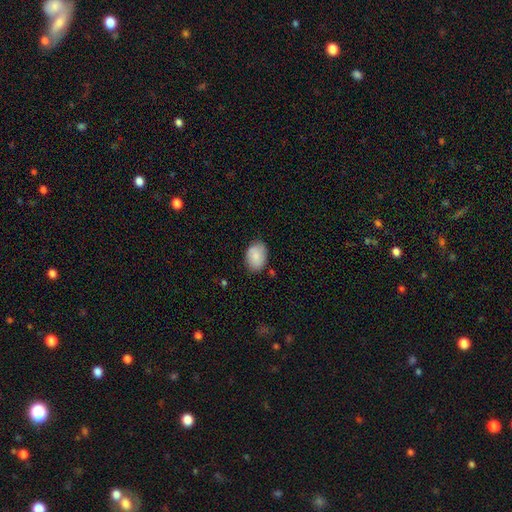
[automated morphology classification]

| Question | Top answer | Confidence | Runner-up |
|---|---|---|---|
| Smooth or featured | smooth | 82% | featured or disk (11%) |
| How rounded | in between | 79% | round (20%) |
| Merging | none | 75% | minor disturbance (19%) |